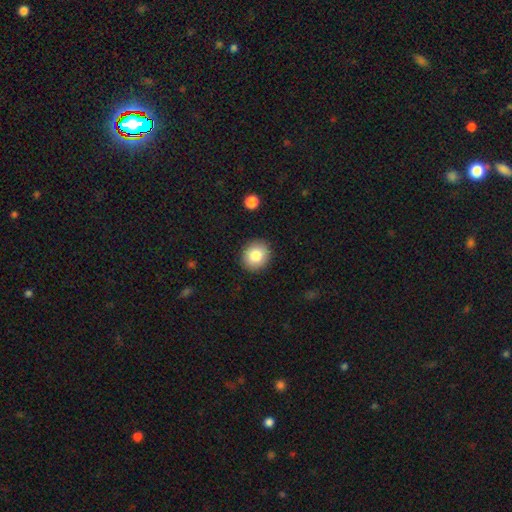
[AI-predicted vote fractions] Smooth or featured? Predicted: smooth (p=0.81). How rounded? Predicted: round (p=0.73). Merging? Predicted: none (p=0.90).